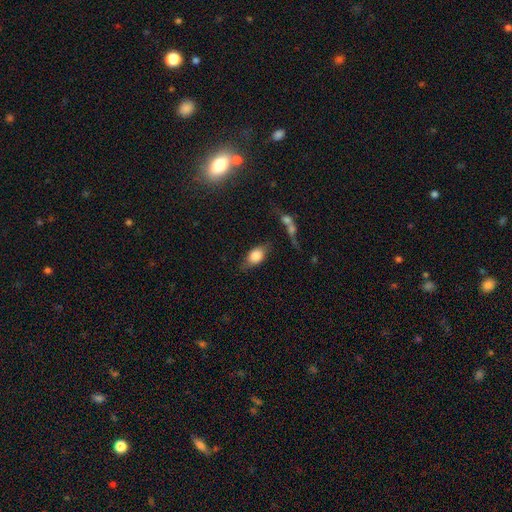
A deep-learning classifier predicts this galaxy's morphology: smooth 72%, featured or disk 20%, star or artifact 8%. Down the decision tree: how rounded — in between (78%); merging — none (61%).